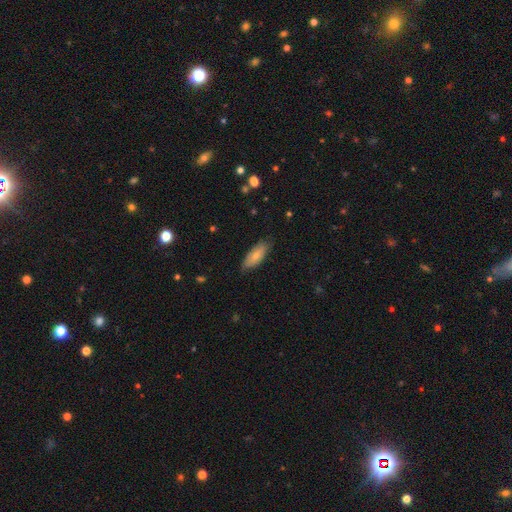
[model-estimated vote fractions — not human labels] Smooth or featured? Predicted: smooth (p=0.70). How rounded? Predicted: in between (p=0.78). Merging? Predicted: none (p=0.76).